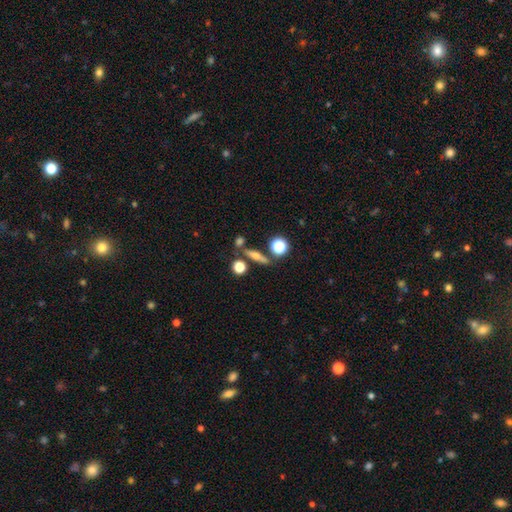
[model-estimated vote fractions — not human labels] Q: Smooth or featured?
A: smooth (52%); runner-up: featured or disk (35%)
Q: How rounded?
A: cigar-shaped (57%); runner-up: in between (26%)
Q: Merging?
A: none (76%); runner-up: merger (10%)